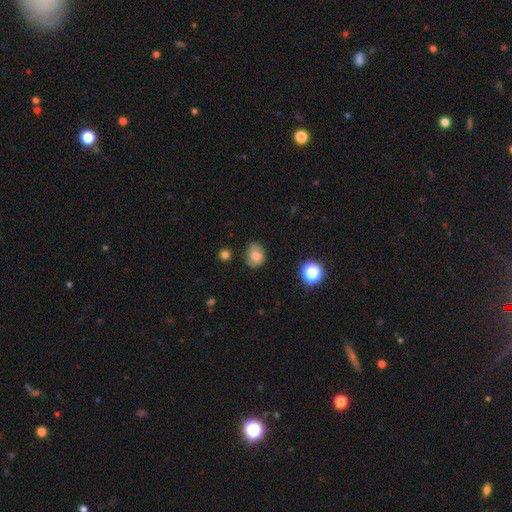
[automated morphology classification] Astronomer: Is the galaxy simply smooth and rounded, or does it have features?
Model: smooth — 65%.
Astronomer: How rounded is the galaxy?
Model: round — 57% (runner-up: in between, 42%).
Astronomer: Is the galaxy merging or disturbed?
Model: none — 69%.